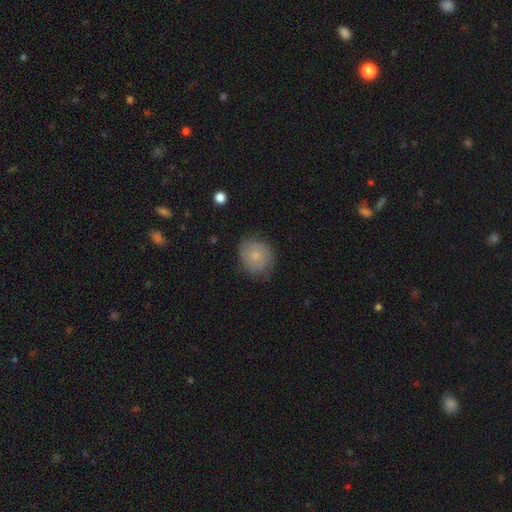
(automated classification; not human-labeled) Q: Smooth or featured?
A: smooth (58%); runner-up: featured or disk (35%)
Q: How rounded?
A: round (71%); runner-up: in between (28%)
Q: Merging?
A: none (71%); runner-up: minor disturbance (22%)